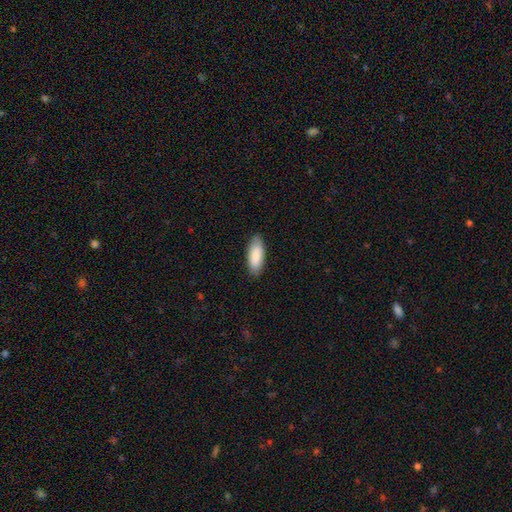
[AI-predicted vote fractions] This is clearly a smooth galaxy (88%). How rounded: likely in between (80%). Merging: clearly none (87%).